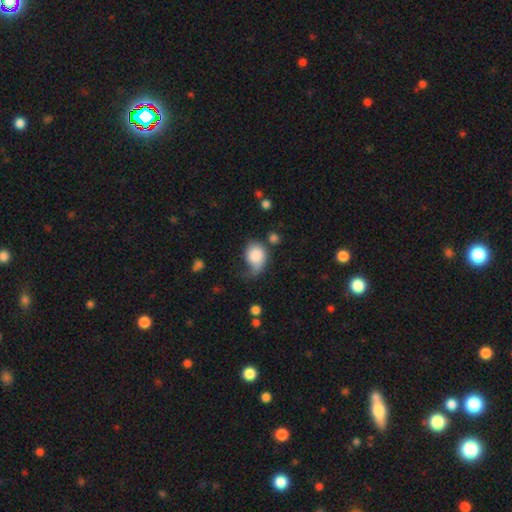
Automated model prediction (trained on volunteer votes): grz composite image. It shows a smooth galaxy with no disk features (79%) that is in between round and cigar-shaped (53%). Merging: major disturbance (34%, tied with minor disturbance).